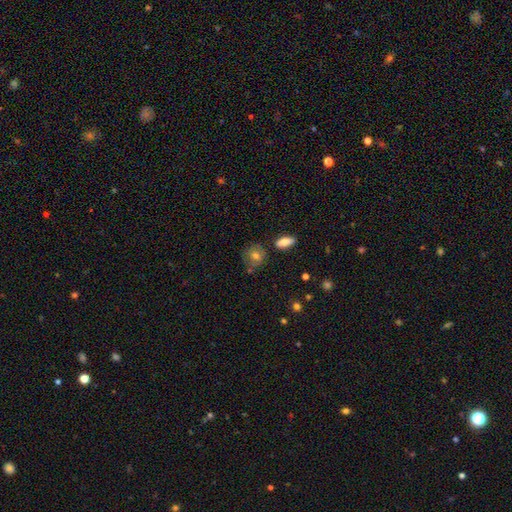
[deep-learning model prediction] smooth 74%, featured or disk 16%, star or artifact 10%. Down the decision tree: how rounded — round (77%); merging — none (68%).